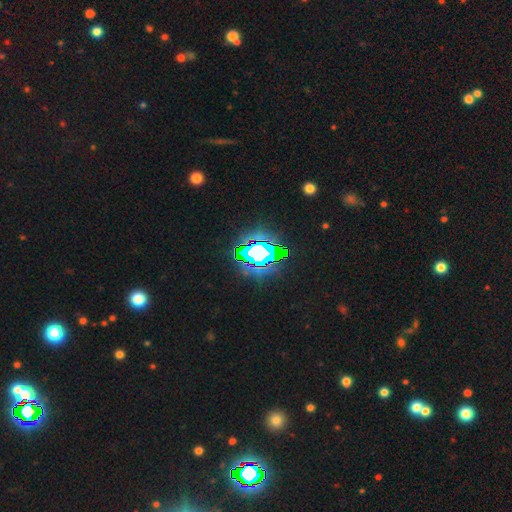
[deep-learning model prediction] Q: Smooth or featured?
A: star or artifact (67%); runner-up: featured or disk (18%)